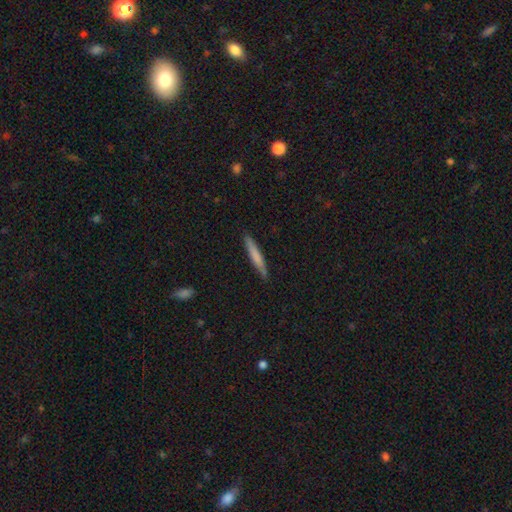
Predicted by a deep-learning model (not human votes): Smooth or featured? smooth (70%)
How rounded? cigar-shaped (94%)
Merging? none (87%)